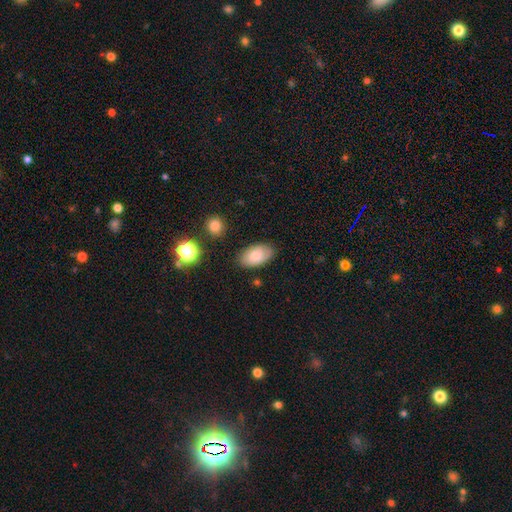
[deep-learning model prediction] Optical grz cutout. It shows a smooth galaxy with no disk features (75%) that is in between round and cigar-shaped (93%). Merging: none (79%).